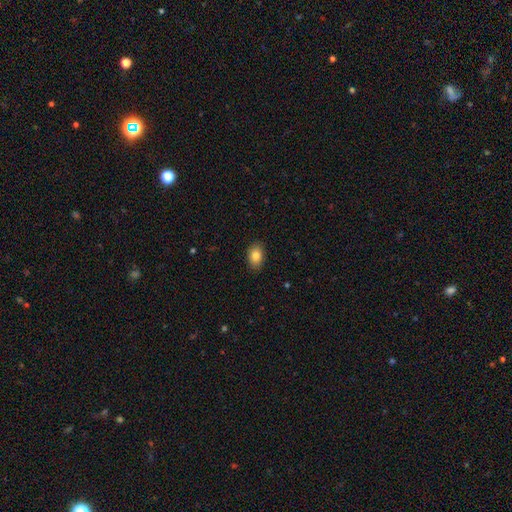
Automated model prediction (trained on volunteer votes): smooth 84%, featured or disk 8%, star or artifact 8%. Down the decision tree: how rounded — in between (82%); merging — none (88%).